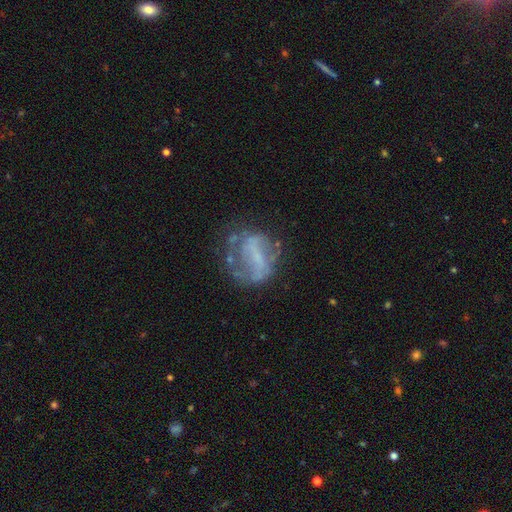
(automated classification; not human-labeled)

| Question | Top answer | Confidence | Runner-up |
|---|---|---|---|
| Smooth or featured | featured or disk | 65% | smooth (22%) |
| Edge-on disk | no | 96% | yes (4%) |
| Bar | strong | 35% | tied: weak (35%) |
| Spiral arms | yes | 50% | tied: no (50%) |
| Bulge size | none | 52% | small (32%) |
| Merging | none | 50% | major disturbance (24%) |